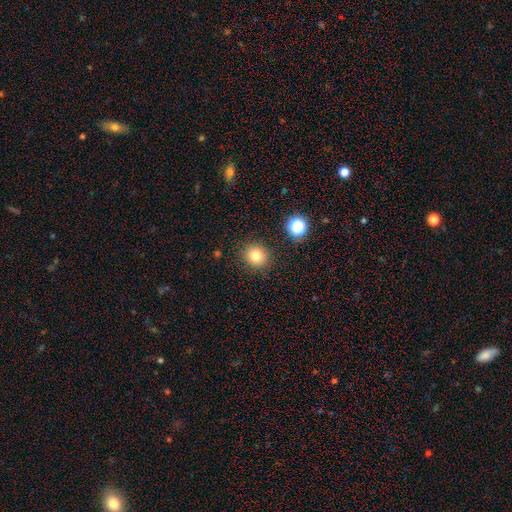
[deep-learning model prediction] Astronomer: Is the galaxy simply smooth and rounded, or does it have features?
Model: smooth — 78%.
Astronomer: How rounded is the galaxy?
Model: round — 89%.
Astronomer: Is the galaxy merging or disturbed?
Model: none — 89%.